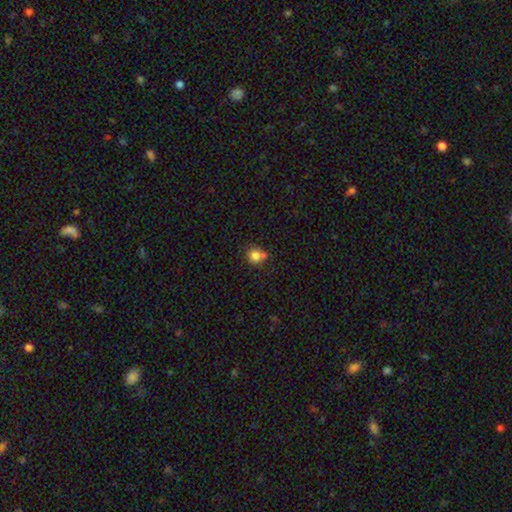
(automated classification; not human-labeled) Smooth or featured?
  - smooth: 80% *
  - star or artifact: 11%
  - featured or disk: 9%
How rounded?
  - round: 86% *
  - in between: 13%
  - cigar-shaped: 1%
Merging?
  - none: 55% *
  - merger: 28%
  - minor disturbance: 13%
  - major disturbance: 4%